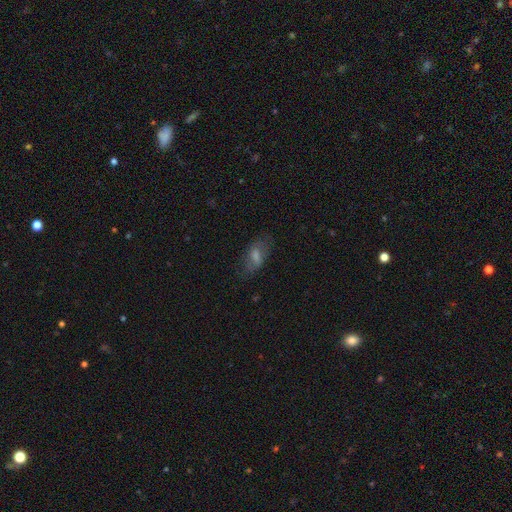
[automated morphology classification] A smooth galaxy with no disk features (49%).

Vote fractions:
- Smooth or featured? smooth: 49% / featured or disk: 35% / star or artifact: 16%
- Merging? none: 69% / minor disturbance: 19% / major disturbance: 11% / merger: 2%